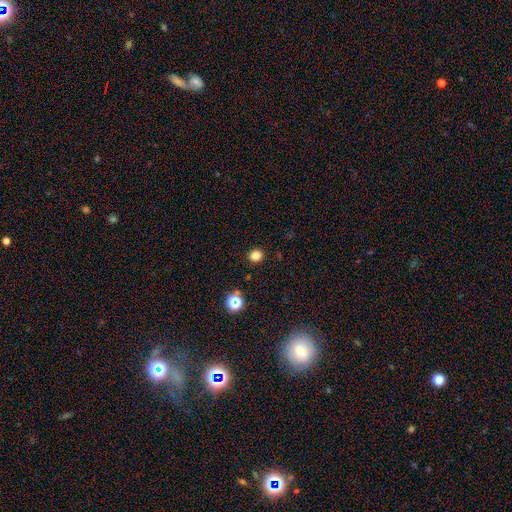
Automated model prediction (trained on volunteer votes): A smooth galaxy with no disk features (81%) that is round (77%).

Vote fractions:
- Smooth or featured? smooth: 81% / star or artifact: 15% / featured or disk: 4%
- How rounded? round: 77% / in between: 23% / cigar-shaped: 1%
- Merging? none: 91% / minor disturbance: 6% / major disturbance: 2% / merger: 1%